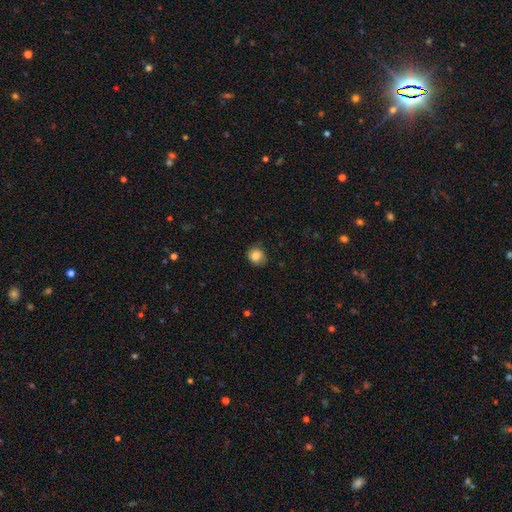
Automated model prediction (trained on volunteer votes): A smooth galaxy with no disk features (82%) that is round (81%). Merging: none (76%).